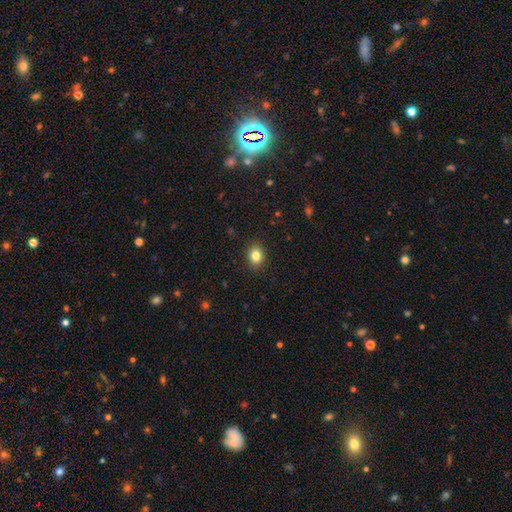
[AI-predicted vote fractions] Smooth or featured? Predicted: smooth (p=0.83). How rounded? Predicted: in between (p=0.55). Merging? Predicted: none (p=0.90).